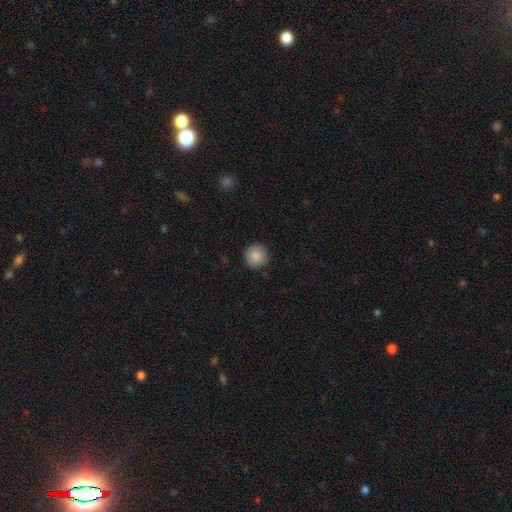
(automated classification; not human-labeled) smooth 87%, star or artifact 8%, featured or disk 5%. Down the decision tree: how rounded — round (95%); merging — none (91%).